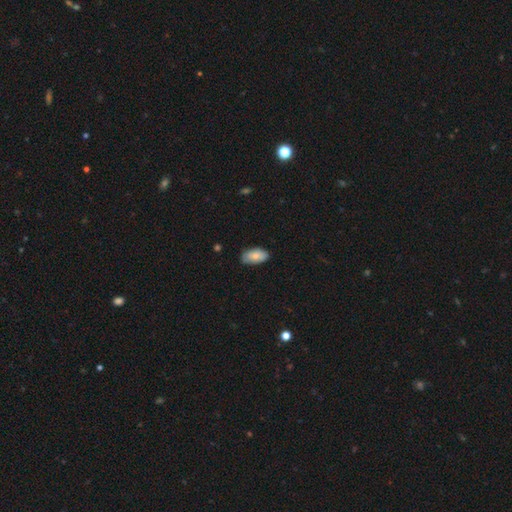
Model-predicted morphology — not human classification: Smooth or featured?
  - smooth: 80% *
  - featured or disk: 14%
  - star or artifact: 6%
How rounded?
  - in between: 94% *
  - cigar-shaped: 3%
  - round: 3%
Merging?
  - none: 77% *
  - minor disturbance: 19%
  - major disturbance: 3%
  - merger: 1%